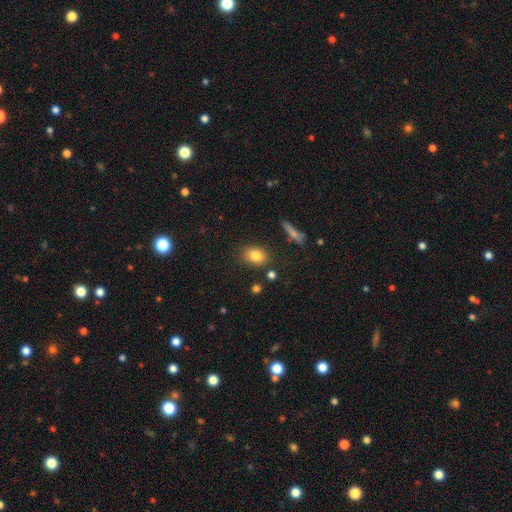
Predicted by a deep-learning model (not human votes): Overall: smooth (82%). How rounded: in between (63%; round 34%). Merging: none (79%).